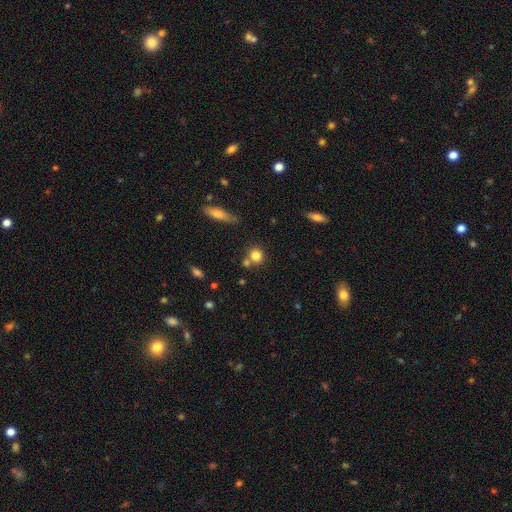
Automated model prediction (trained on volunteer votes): A smooth galaxy with no disk features (80%) that is round (85%).

Vote fractions:
- Smooth or featured? smooth: 80% / star or artifact: 11% / featured or disk: 9%
- How rounded? round: 85% / in between: 13% / cigar-shaped: 2%
- Merging? none: 63% / merger: 24% / minor disturbance: 10% / major disturbance: 3%